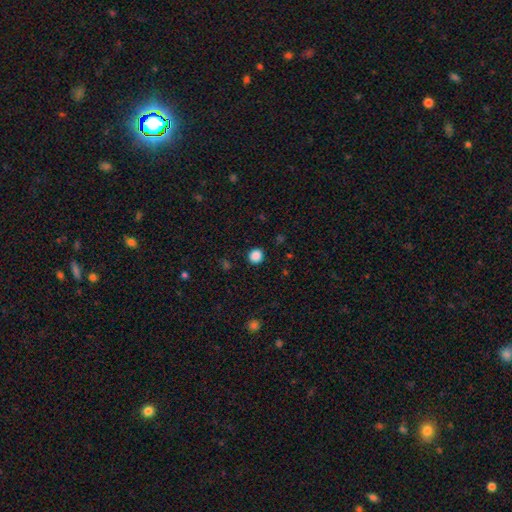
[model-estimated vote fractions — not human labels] A smooth galaxy with no disk features (87%) that is round (88%). Merging: none (90%).